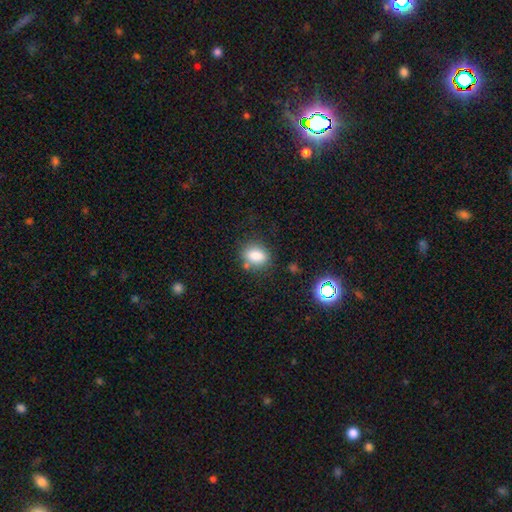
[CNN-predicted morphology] smooth_or_featured: smooth (p=0.83) [alt: star or artifact p=0.10]
how_rounded: in between (p=0.67) [alt: round p=0.31]
merging: none (p=0.72) [alt: minor disturbance p=0.16]